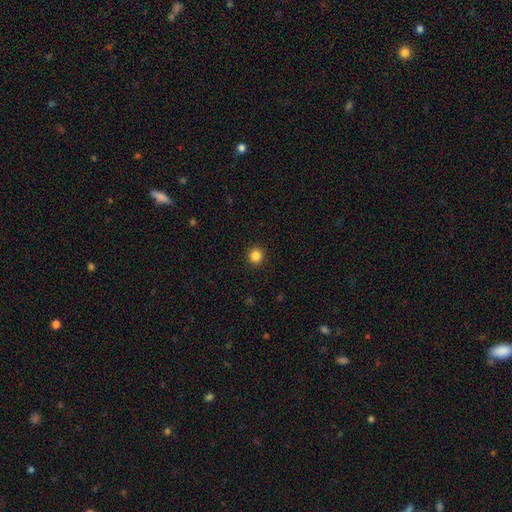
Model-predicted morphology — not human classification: This appears to be a smooth galaxy with no disk features (85%) that is round (95%). Merging: none (93%).